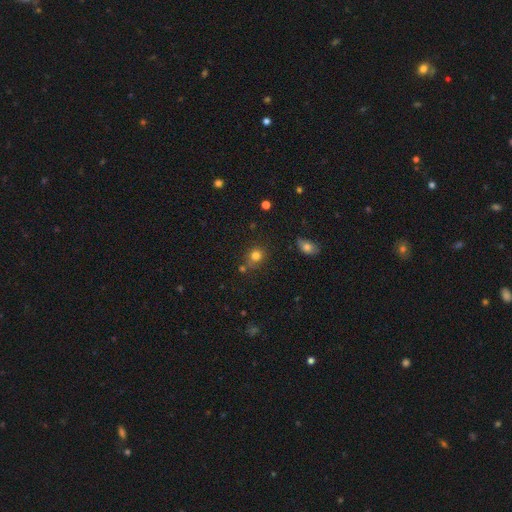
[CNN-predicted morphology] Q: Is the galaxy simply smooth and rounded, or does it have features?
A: smooth — 78%.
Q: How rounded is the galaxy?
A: round — 79%.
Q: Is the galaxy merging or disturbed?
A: none — 68%.